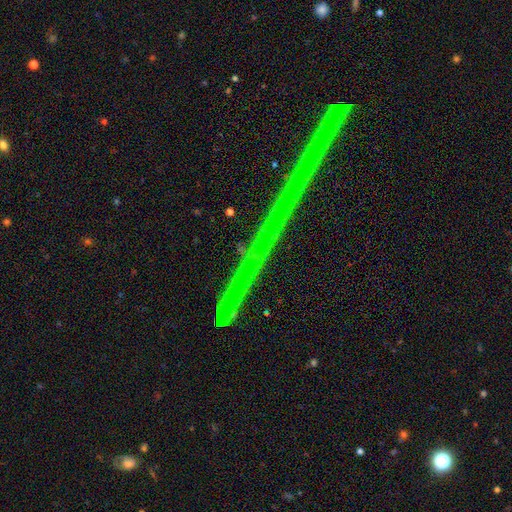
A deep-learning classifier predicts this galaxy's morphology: star or artifact 68%, featured or disk 23%, smooth 8%.